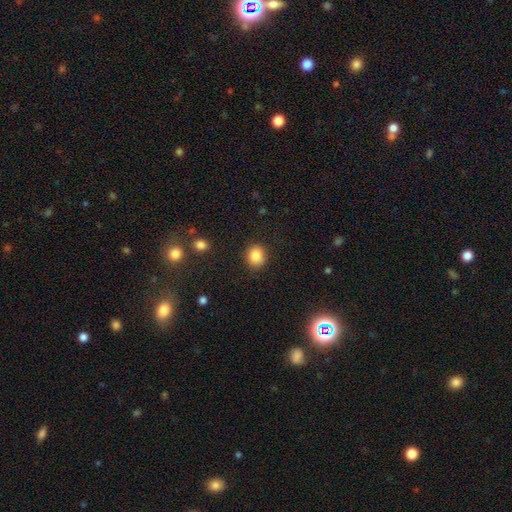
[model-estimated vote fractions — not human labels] smooth 86%, star or artifact 10%, featured or disk 4%. Down the decision tree: how rounded — round (78%); merging — none (86%).